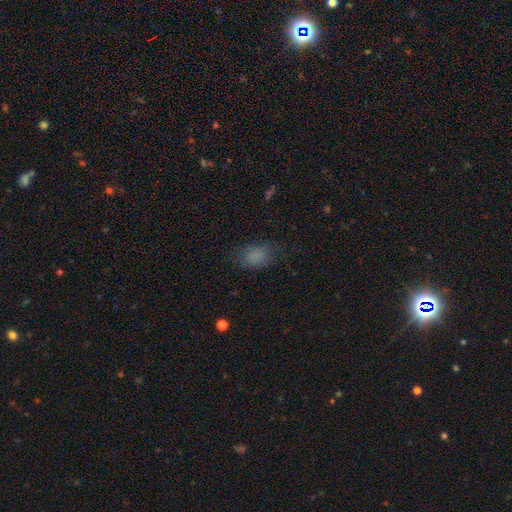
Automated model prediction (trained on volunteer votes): A smooth galaxy with no disk features (80%) that is in between round and cigar-shaped (80%). Merging: none (68%).